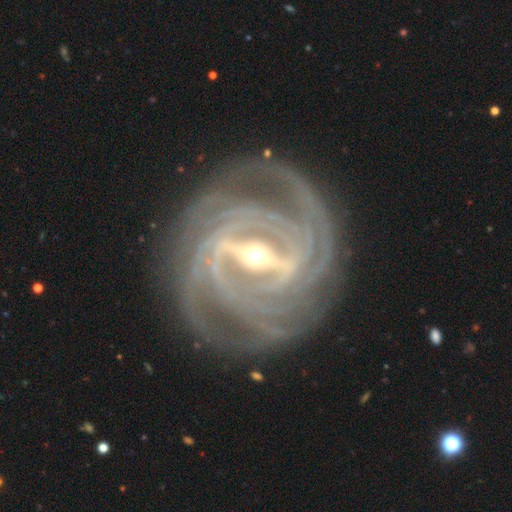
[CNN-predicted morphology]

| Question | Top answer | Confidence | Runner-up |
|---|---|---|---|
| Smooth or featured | featured or disk | 93% | star or artifact (4%) |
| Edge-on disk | no | 96% | yes (4%) |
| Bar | strong | 80% | weak (16%) |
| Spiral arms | yes | 98% | no (2%) |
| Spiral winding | tight | 78% | medium (19%) |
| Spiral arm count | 4 | 29% | 3 (19%) |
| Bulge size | small | 50% | moderate (46%) |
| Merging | none | 83% | minor disturbance (11%) |